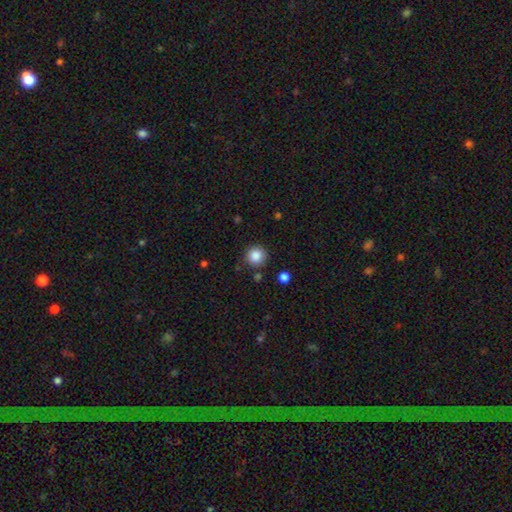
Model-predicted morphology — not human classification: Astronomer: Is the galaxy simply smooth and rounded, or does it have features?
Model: smooth — 87%.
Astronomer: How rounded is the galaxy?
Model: round — 94%.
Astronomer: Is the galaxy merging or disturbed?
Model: none — 86%.